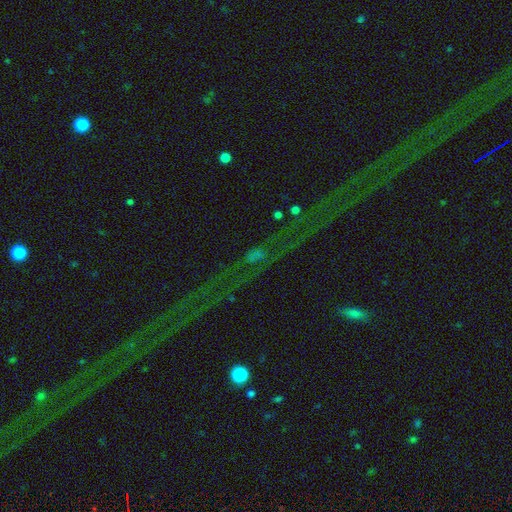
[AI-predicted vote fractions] The model was most divided on "smooth or featured": star or artifact: 59%, featured or disk: 23%, smooth: 18%.